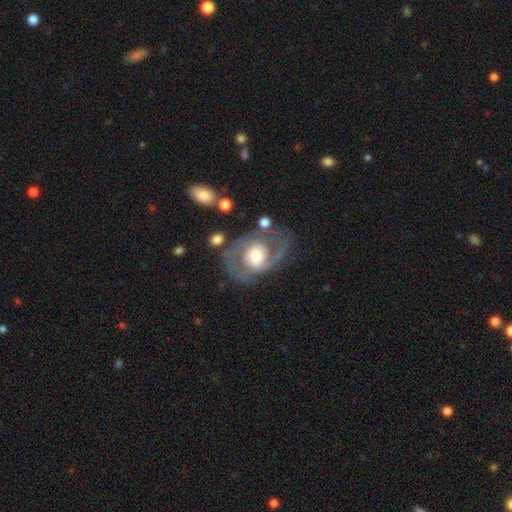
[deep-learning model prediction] Q: Smooth or featured?
A: featured or disk (74%); runner-up: smooth (20%)
Q: Edge-on disk?
A: no (96%); runner-up: yes (4%)
Q: Bar?
A: no (59%); runner-up: weak (30%)
Q: Spiral arms?
A: yes (71%); runner-up: no (29%)
Q: Spiral winding?
A: medium (48%); runner-up: tight (31%)
Q: Spiral arm count?
A: 2 (77%); runner-up: can't tell (12%)
Q: Bulge size?
A: moderate (59%); runner-up: large (25%)
Q: Merging?
A: none (64%); runner-up: minor disturbance (17%)